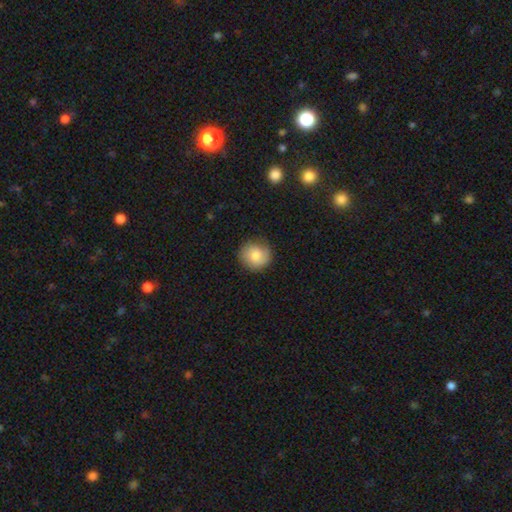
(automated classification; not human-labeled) Smooth or featured? smooth (73%)
How rounded? round (90%)
Merging? none (78%)